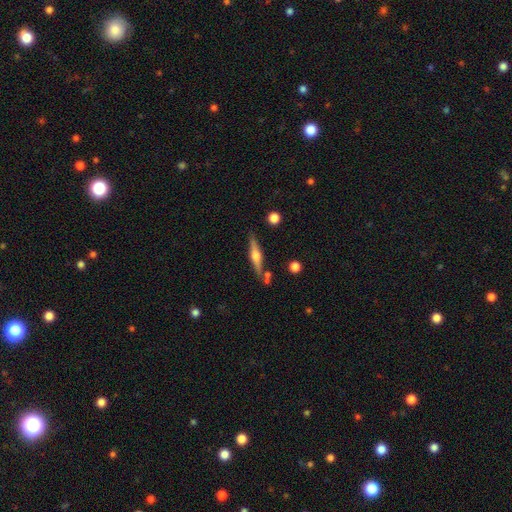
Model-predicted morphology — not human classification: A featured or disk galaxy (68%) viewed edge-on (97%) with a rounded central bulge (91%). Merging: none (79%).